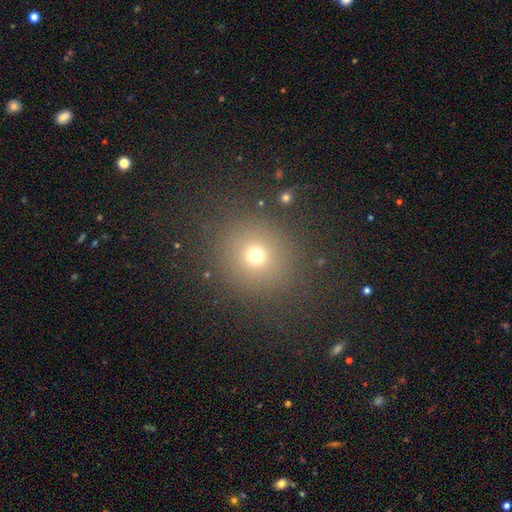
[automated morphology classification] Overall: smooth (70%). How rounded: round (87%). Merging: none (83%).